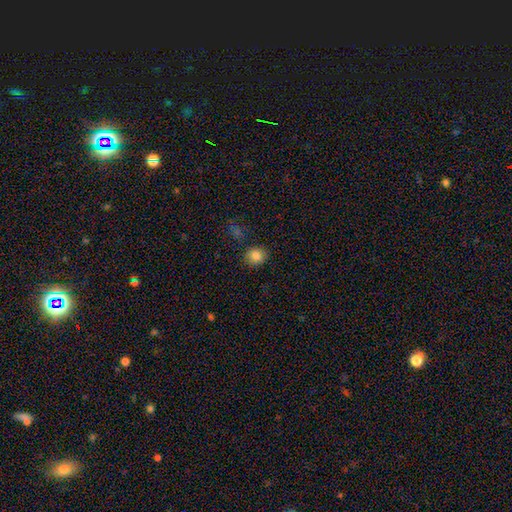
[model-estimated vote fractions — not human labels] The model was most divided on "how rounded": round: 79%, in between: 20%, cigar-shaped: 1%. More confident: smooth or featured — smooth (85%); merging — none (84%).